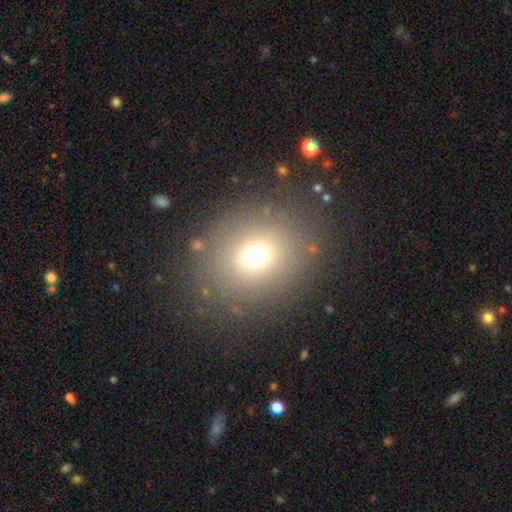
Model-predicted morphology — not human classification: The model was most divided on "smooth or featured": smooth: 68%, star or artifact: 20%, featured or disk: 12%. More confident: merging — none (83%); how rounded — round (76%).